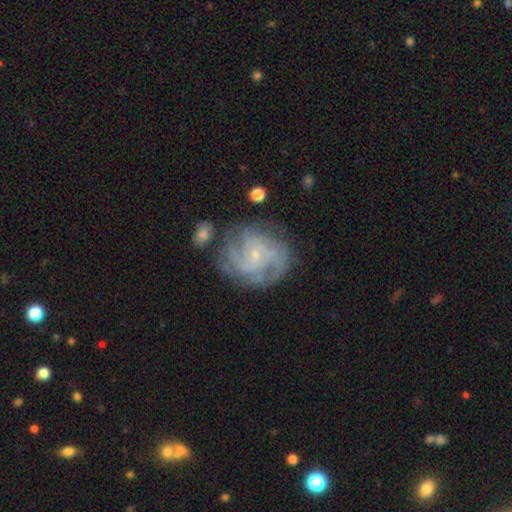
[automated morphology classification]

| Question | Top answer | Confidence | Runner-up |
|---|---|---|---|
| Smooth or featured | featured or disk | 85% | smooth (9%) |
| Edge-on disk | no | 98% | yes (2%) |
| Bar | no | 71% | weak (25%) |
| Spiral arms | yes | 95% | no (5%) |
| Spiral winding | tight | 59% | medium (33%) |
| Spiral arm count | can't tell | 26% | 3 (25%) |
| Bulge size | small | 84% | moderate (11%) |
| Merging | none | 71% | minor disturbance (17%) |